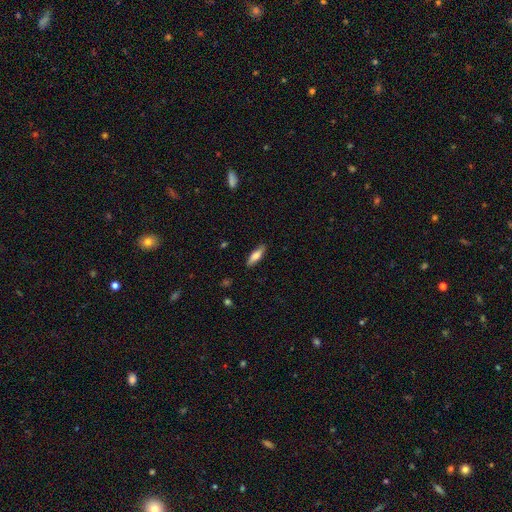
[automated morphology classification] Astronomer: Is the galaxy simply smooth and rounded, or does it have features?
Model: smooth — 70%.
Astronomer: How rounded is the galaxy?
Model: cigar-shaped — 54% (runner-up: in between, 44%).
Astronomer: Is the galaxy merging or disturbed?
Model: none — 86%.